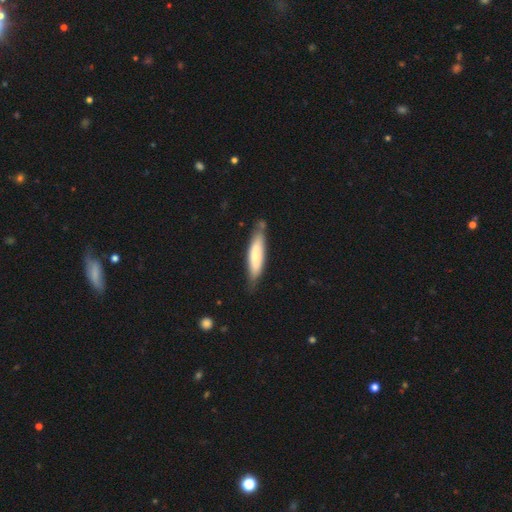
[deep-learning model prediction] smooth_or_featured: smooth (p=0.70) [alt: featured or disk p=0.25]
how_rounded: cigar-shaped (p=0.73) [alt: in between p=0.26]
merging: none (p=0.68) [alt: minor disturbance p=0.23]